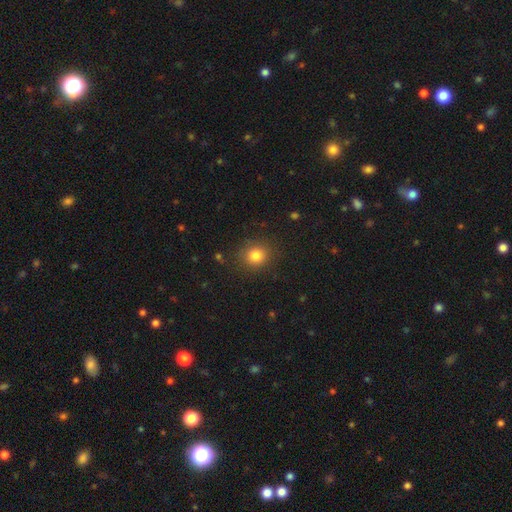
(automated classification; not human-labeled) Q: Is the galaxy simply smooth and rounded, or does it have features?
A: smooth — 82%.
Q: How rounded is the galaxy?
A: round — 86%.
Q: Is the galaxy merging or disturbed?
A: none — 87%.